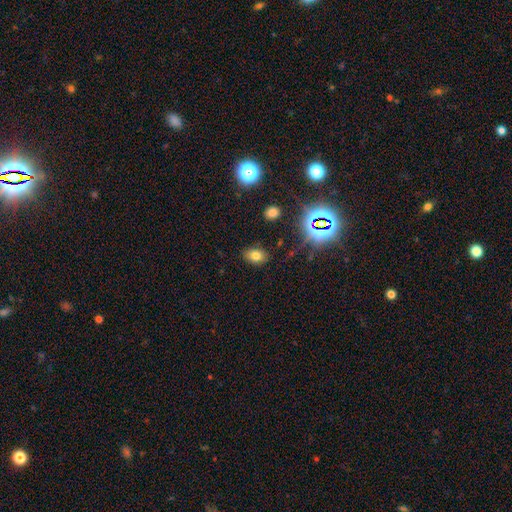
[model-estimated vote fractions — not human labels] Morphology: type=smooth (72%); roundness=in between (80%); merging=none (84%).